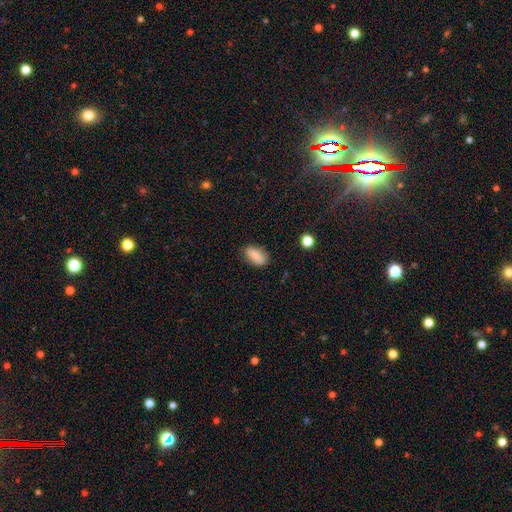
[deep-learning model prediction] smooth_or_featured: smooth (p=0.83) [alt: featured or disk p=0.09]
how_rounded: in between (p=0.87) [alt: cigar-shaped p=0.07]
merging: none (p=0.79) [alt: minor disturbance p=0.16]